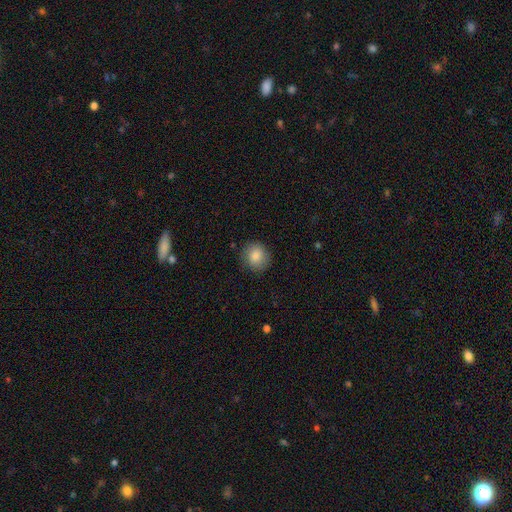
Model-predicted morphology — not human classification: A smooth galaxy with no disk features (86%) that is round (84%). Merging: none (84%).